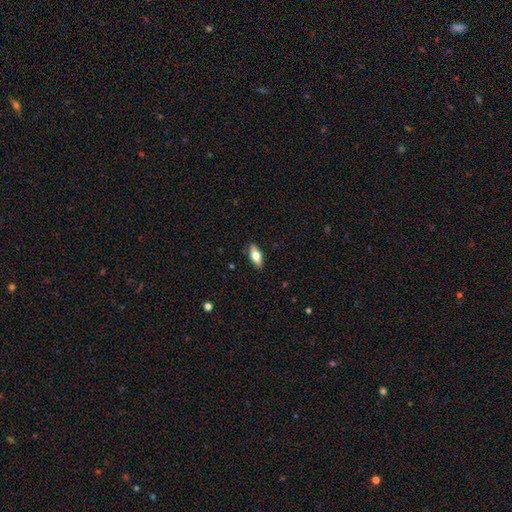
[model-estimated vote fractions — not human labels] smooth_or_featured: smooth (p=0.68) [alt: featured or disk p=0.25]
how_rounded: in between (p=0.78) [alt: cigar-shaped p=0.20]
merging: none (p=0.89) [alt: minor disturbance p=0.08]